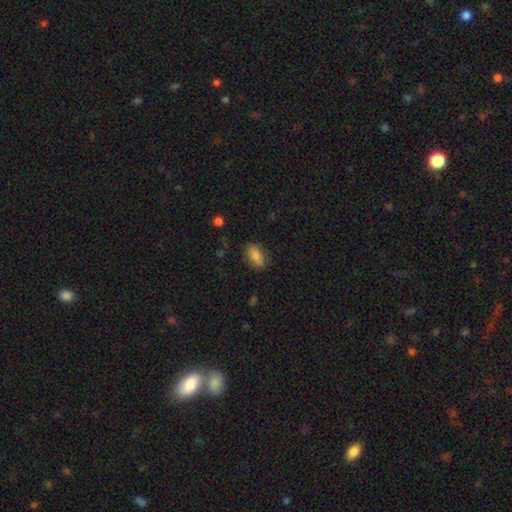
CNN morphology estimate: smooth-or-featured: smooth: 79% | featured or disk: 13% | star or artifact: 8%
  how-rounded: in between: 84% | round: 8% | cigar-shaped: 8%
  merging: none: 81% | minor disturbance: 14% | major disturbance: 4% | merger: 1%